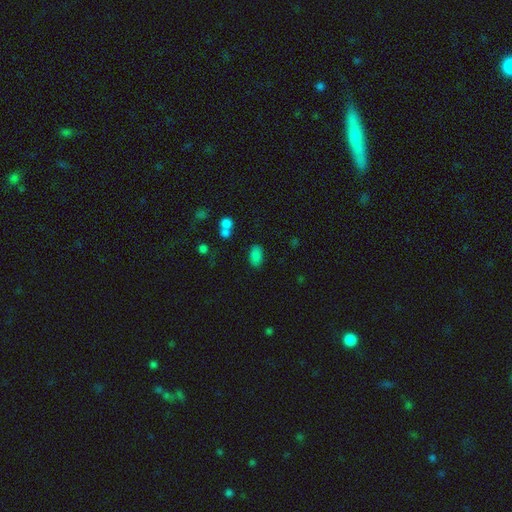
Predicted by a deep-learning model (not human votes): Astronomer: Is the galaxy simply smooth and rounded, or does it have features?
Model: smooth — 83%.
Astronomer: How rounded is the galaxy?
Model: in between — 91%.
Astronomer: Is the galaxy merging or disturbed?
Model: none — 79%.